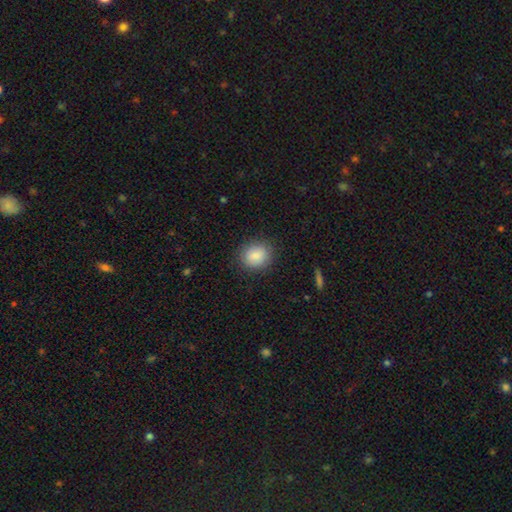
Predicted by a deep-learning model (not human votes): smooth-or-featured: smooth: 86% | star or artifact: 8% | featured or disk: 6%
  how-rounded: round: 67% | in between: 32% | cigar-shaped: 1%
  merging: none: 85% | minor disturbance: 11% | major disturbance: 3% | merger: 1%